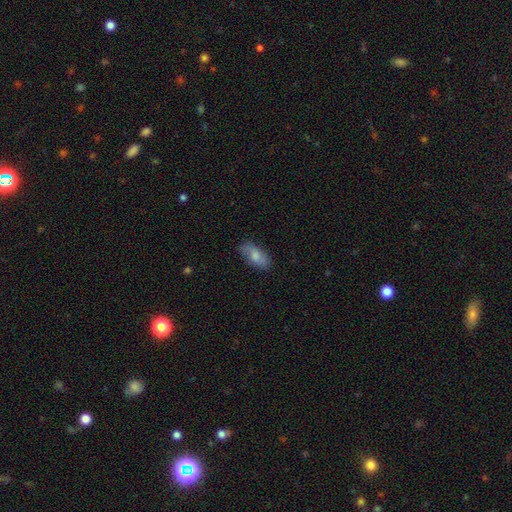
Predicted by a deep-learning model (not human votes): This is likely a smooth galaxy (70%). How rounded: clearly in between (85%). Merging: likely none (73%).